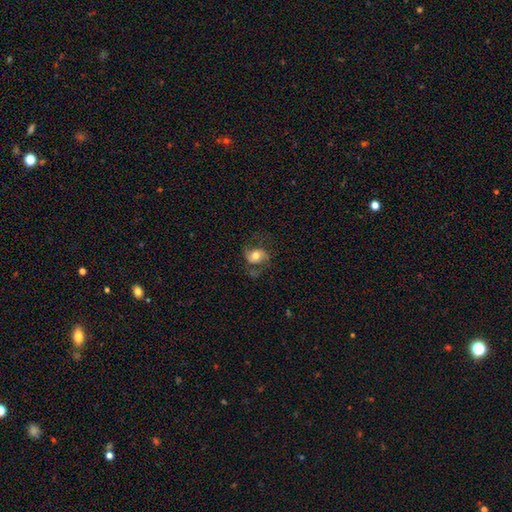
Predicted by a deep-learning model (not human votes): Smooth or featured? Predicted: featured or disk (p=0.47). Merging? Predicted: none (p=0.55).